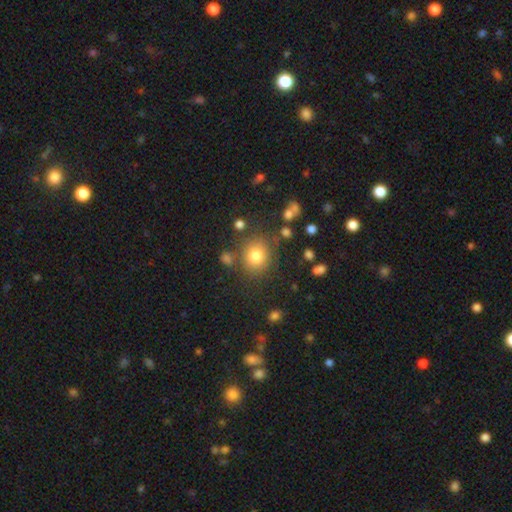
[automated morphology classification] smooth 79%, star or artifact 13%, featured or disk 8%. Down the decision tree: how rounded — round (77%); merging — none (78%).